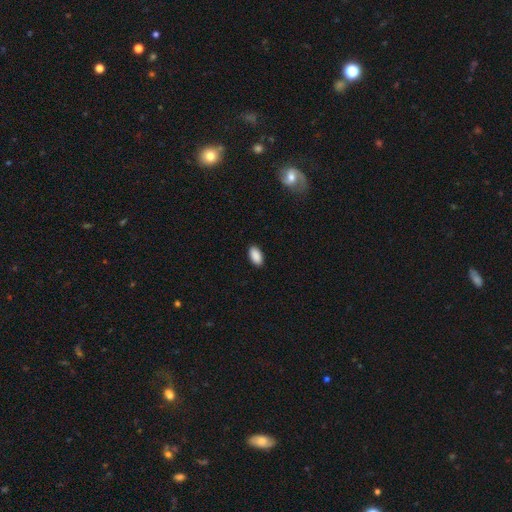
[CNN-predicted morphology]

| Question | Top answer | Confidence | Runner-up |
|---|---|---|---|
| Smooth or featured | smooth | 91% | star or artifact (7%) |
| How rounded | in between | 94% | round (3%) |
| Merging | none | 90% | minor disturbance (8%) |